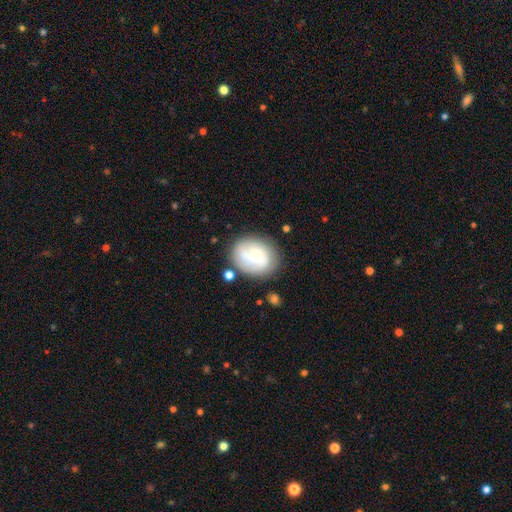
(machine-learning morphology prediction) The model was most divided on "smooth or featured": smooth: 51%, featured or disk: 42%, star or artifact: 8%. More confident: merging — none (69%); how rounded — round (66%).